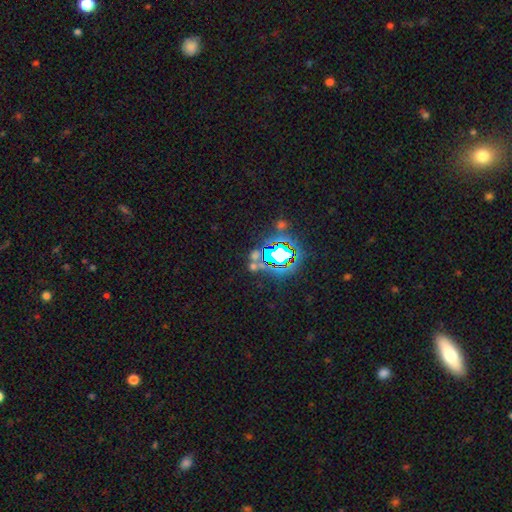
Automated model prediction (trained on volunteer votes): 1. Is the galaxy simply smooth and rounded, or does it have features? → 59% star or artifact, 29% smooth, 11% featured or disk.